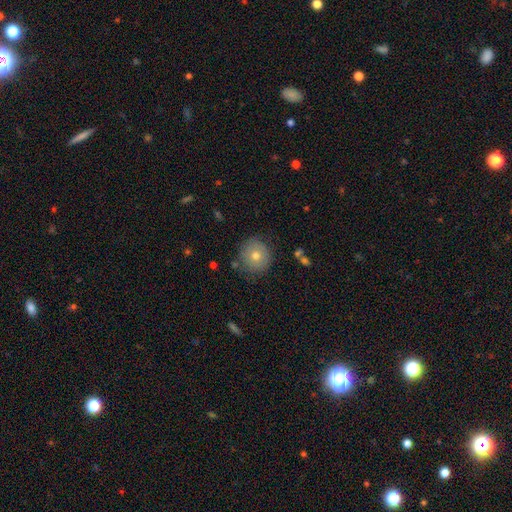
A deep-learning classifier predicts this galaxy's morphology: Smooth or featured: smooth — 69% (featured or disk — 19%)
How rounded: round — 91% (in between — 8%)
Merging: none — 84% (minor disturbance — 11%)